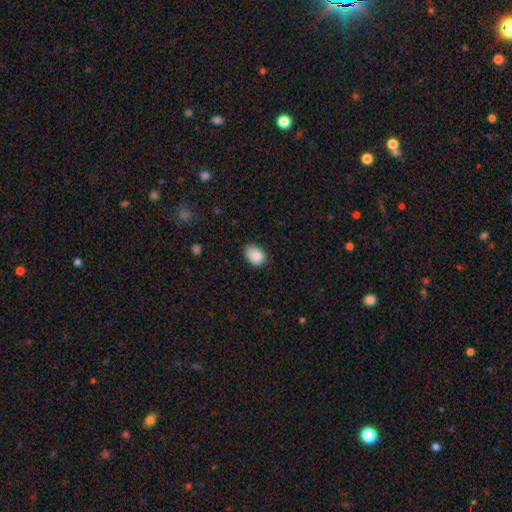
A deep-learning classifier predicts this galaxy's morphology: smooth_or_featured: smooth (p=0.89) [alt: star or artifact p=0.07]
how_rounded: in between (p=0.80) [alt: round p=0.19]
merging: none (p=0.73) [alt: minor disturbance p=0.22]